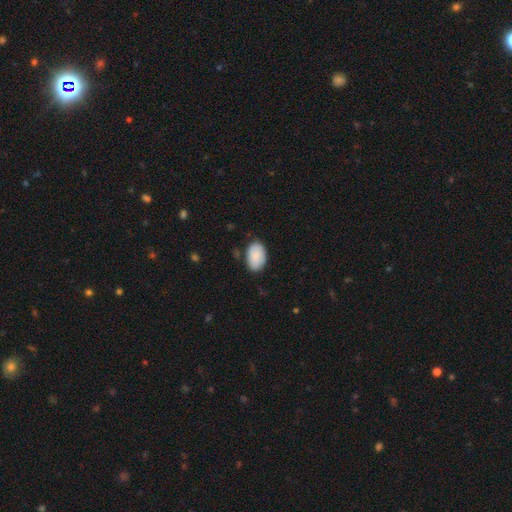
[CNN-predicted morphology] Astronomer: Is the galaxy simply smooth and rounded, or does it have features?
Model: smooth — 89%.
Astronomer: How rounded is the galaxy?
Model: in between — 92%.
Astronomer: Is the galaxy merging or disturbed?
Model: none — 79%.